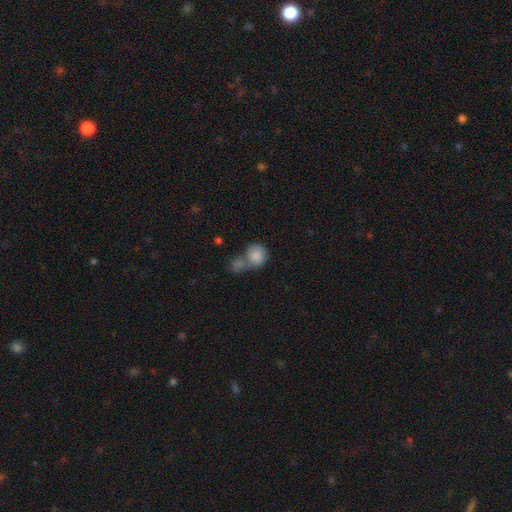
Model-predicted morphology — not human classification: A smooth galaxy with no disk features (84%) that is round (78%). Merging: merger (58%).